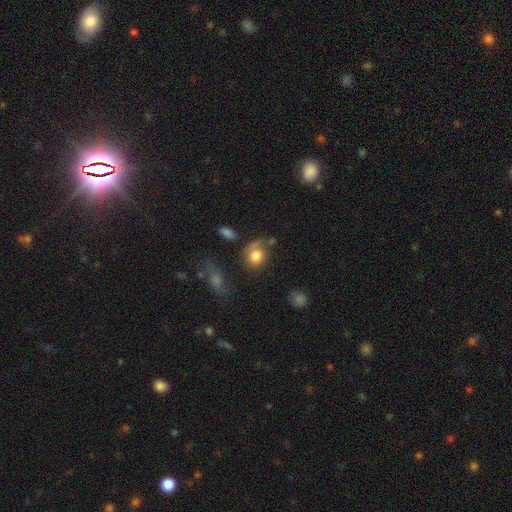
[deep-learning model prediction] smooth-or-featured: smooth: 74% | featured or disk: 17% | star or artifact: 9%
  how-rounded: round: 68% | in between: 30% | cigar-shaped: 1%
  merging: none: 46% | minor disturbance: 25% | major disturbance: 19% | merger: 10%